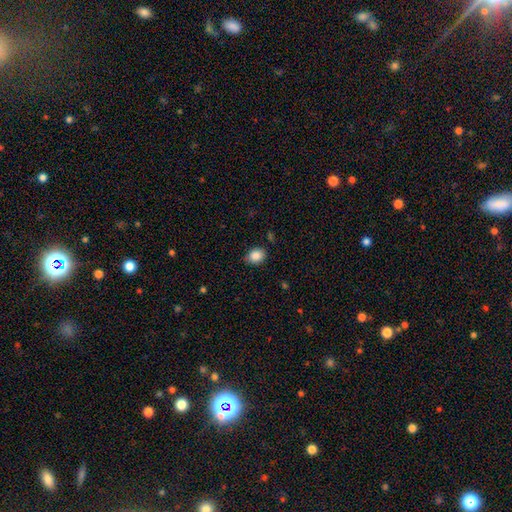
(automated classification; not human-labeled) Smooth or featured: smooth — 87% (star or artifact — 9%)
How rounded: in between — 58% (round — 41%)
Merging: none — 83% (minor disturbance — 13%)